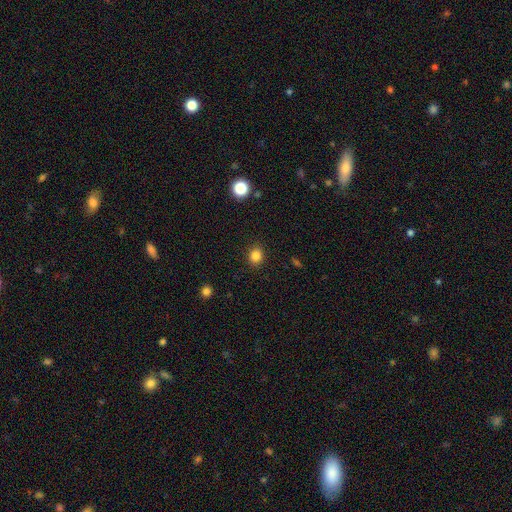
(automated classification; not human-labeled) Overall: smooth (84%). How rounded: round (70%). Merging: none (90%).